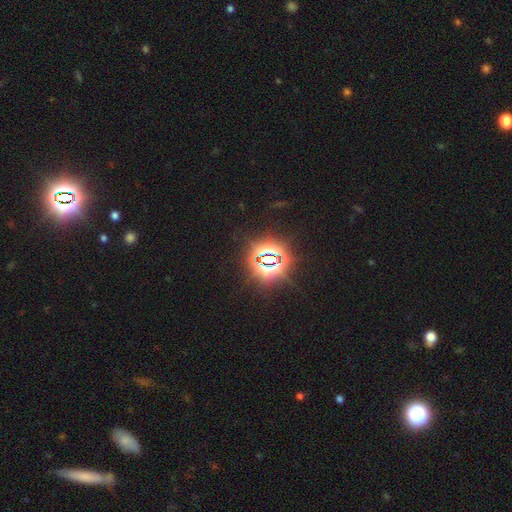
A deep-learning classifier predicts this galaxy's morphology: This appears to be a star or artifact, not a galaxy (80%).